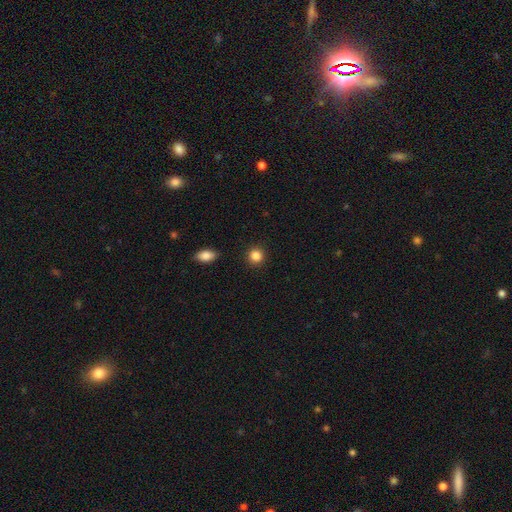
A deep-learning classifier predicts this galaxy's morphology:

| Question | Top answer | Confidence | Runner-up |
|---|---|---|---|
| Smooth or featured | smooth | 86% | star or artifact (10%) |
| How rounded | round | 89% | in between (10%) |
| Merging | none | 91% | minor disturbance (6%) |